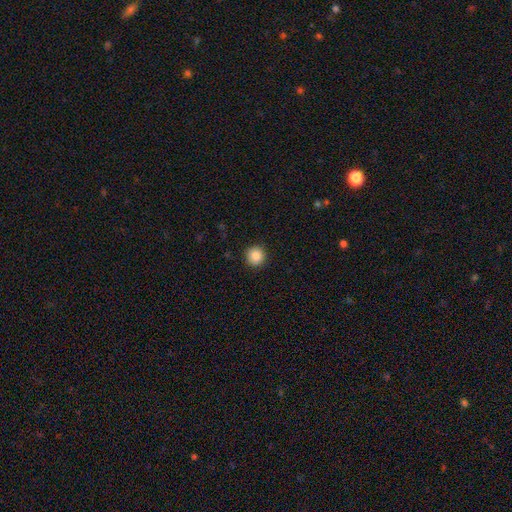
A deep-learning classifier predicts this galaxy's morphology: A smooth galaxy with no disk features (86%) that is round (95%).

Vote fractions:
- Smooth or featured? smooth: 86% / star or artifact: 9% / featured or disk: 5%
- How rounded? round: 95% / in between: 4% / cigar-shaped: 1%
- Merging? none: 92% / minor disturbance: 5% / major disturbance: 2% / merger: 1%